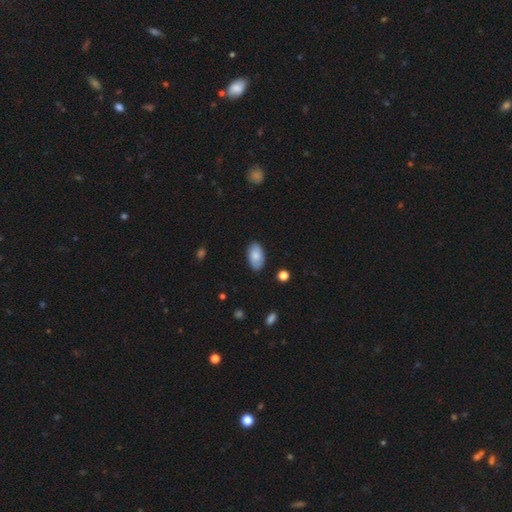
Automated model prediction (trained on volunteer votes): smooth-or-featured: smooth: 76% | featured or disk: 17% | star or artifact: 7%
  how-rounded: in between: 94% | round: 4% | cigar-shaped: 2%
  merging: none: 83% | minor disturbance: 13% | major disturbance: 3% | merger: 1%